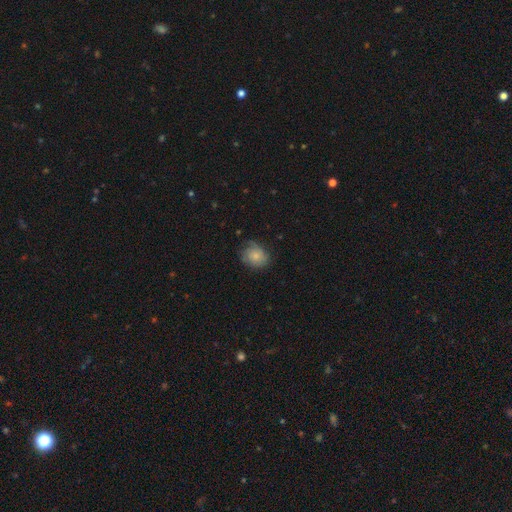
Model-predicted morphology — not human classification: smooth-or-featured: smooth: 65% | featured or disk: 26% | star or artifact: 8%
  how-rounded: round: 62% | in between: 37% | cigar-shaped: 1%
  merging: none: 63% | minor disturbance: 27% | major disturbance: 9% | merger: 1%